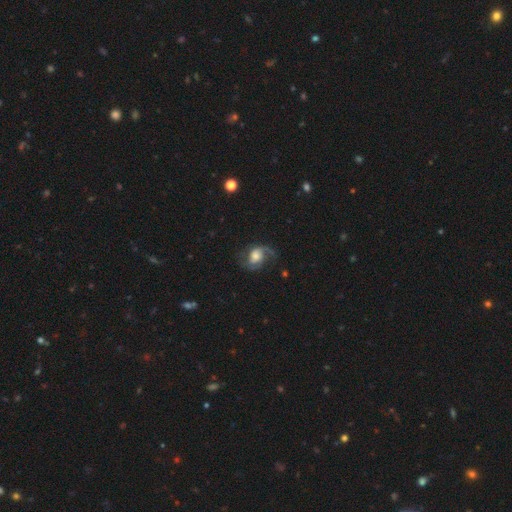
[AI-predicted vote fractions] Morphology: type=featured or disk (72%); edge-on=no (97%); bar=no (61%); spiral arms=yes (93%); winding=loose (46%); arm count=2 (81%); bulge=moderate (35%); merging=none (60%).